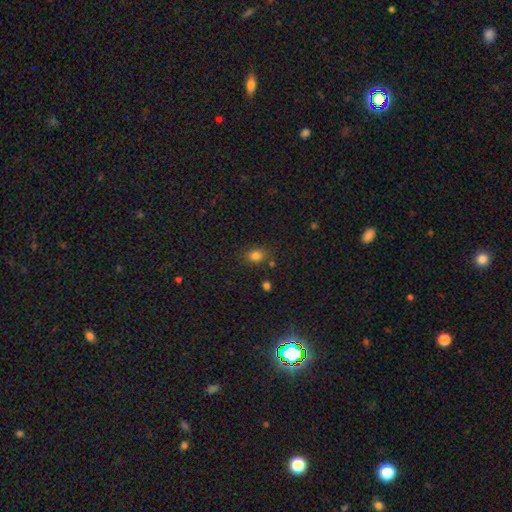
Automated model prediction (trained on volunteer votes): Smooth or featured? smooth (80%)
How rounded? round (54%)
Merging? none (77%)